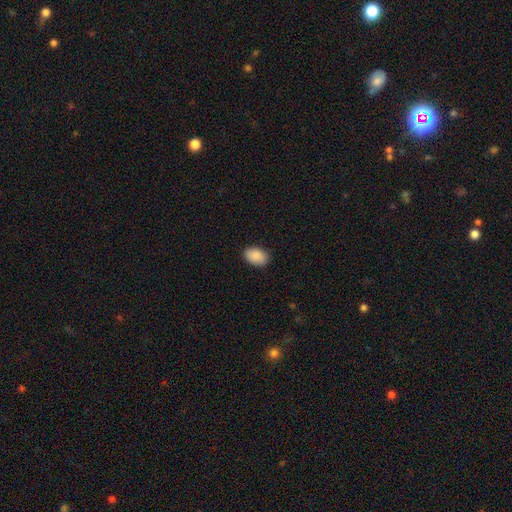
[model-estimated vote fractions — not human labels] The model was most divided on "how rounded": in between: 88%, round: 11%, cigar-shaped: 1%. More confident: smooth or featured — smooth (89%); merging — none (87%).